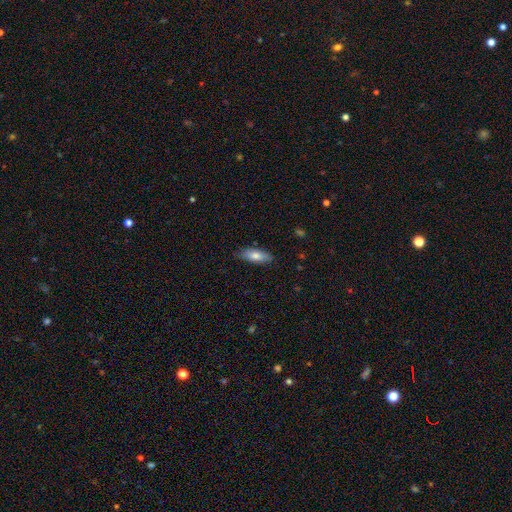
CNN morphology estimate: Smooth or featured?
  - smooth: 76% *
  - featured or disk: 18%
  - star or artifact: 6%
How rounded?
  - in between: 69% *
  - cigar-shaped: 29%
  - round: 2%
Merging?
  - none: 81% *
  - minor disturbance: 15%
  - major disturbance: 2%
  - merger: 1%